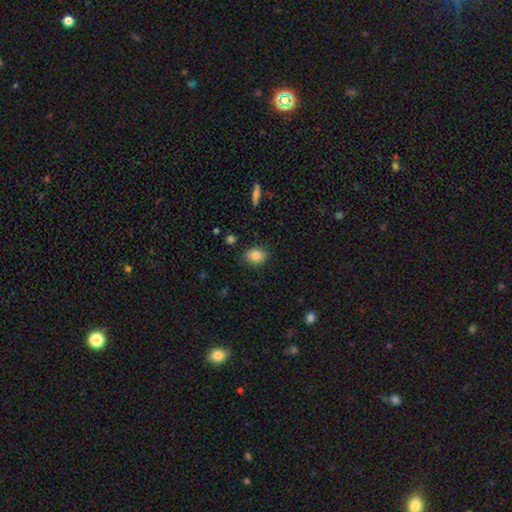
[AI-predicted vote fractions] Smooth or featured? Predicted: smooth (p=0.82). How rounded? Predicted: in between (p=0.58). Merging? Predicted: none (p=0.83).